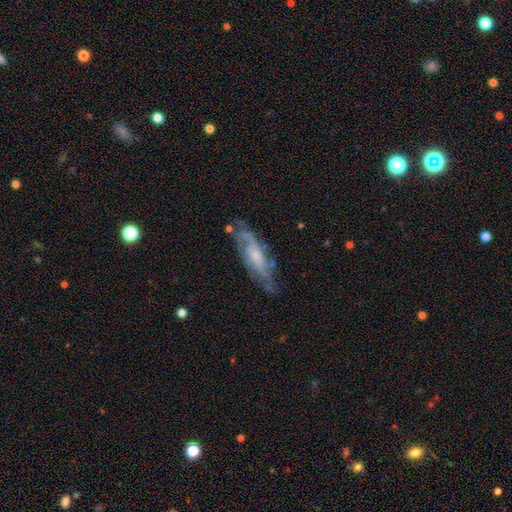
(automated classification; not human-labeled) featured or disk 76%, smooth 18%, star or artifact 6%. Down the decision tree: edge-on disk — no (79%); bar — no (59%); spiral arms — yes (88%); spiral arm count — 2 (43%); spiral winding — medium (45%); bulge size — small (56%); merging — none (65%).